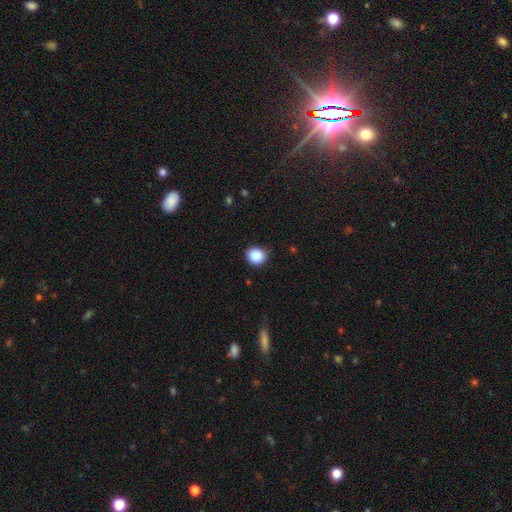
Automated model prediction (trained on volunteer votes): Smooth or featured? Predicted: smooth (p=0.88). How rounded? Predicted: round (p=0.83). Merging? Predicted: none (p=0.82).